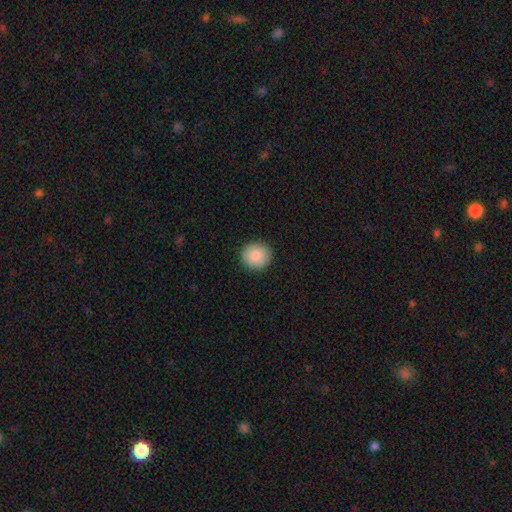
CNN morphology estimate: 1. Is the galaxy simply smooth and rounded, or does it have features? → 88% smooth, 7% star or artifact, 4% featured or disk.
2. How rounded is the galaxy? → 91% round, 8% in between, 1% cigar-shaped.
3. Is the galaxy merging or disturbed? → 92% none, 6% minor disturbance, 2% major disturbance, 1% merger.